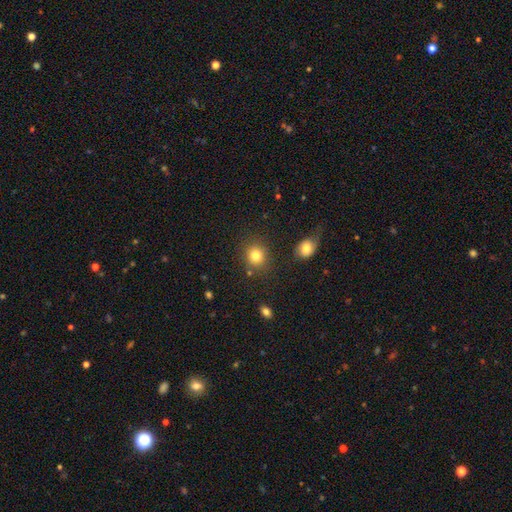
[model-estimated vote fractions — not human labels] smooth-or-featured: smooth: 82% | star or artifact: 12% | featured or disk: 6%
  how-rounded: round: 83% | in between: 16% | cigar-shaped: 1%
  merging: none: 82% | minor disturbance: 10% | merger: 5% | major disturbance: 4%